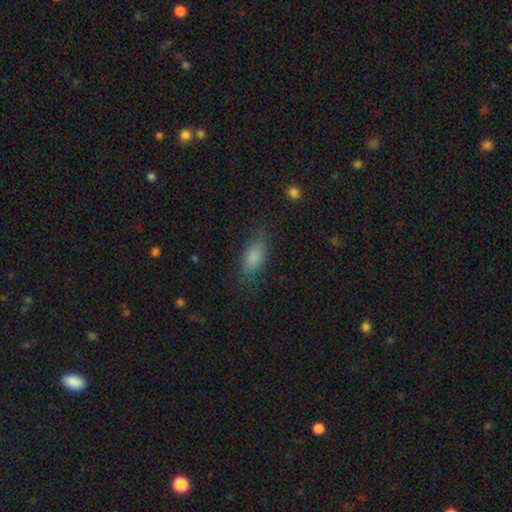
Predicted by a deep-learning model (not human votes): A smooth galaxy with no disk features (77%) that is in between round and cigar-shaped (80%). Merging: none (78%).